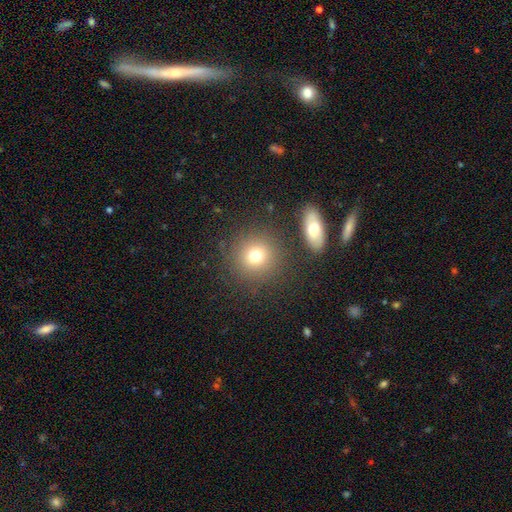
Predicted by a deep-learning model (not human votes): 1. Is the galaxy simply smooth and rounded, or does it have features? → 75% smooth, 14% star or artifact, 11% featured or disk.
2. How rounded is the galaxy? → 90% round, 9% in between, 1% cigar-shaped.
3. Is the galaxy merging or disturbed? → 81% none, 8% minor disturbance, 7% merger, 4% major disturbance.